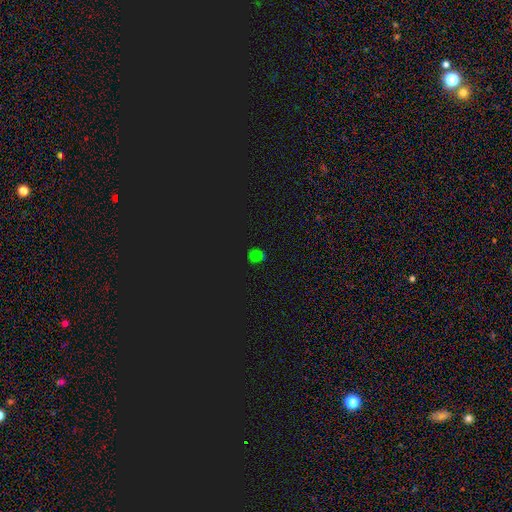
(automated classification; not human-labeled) This appears to be a star or artifact, not a galaxy (48%).